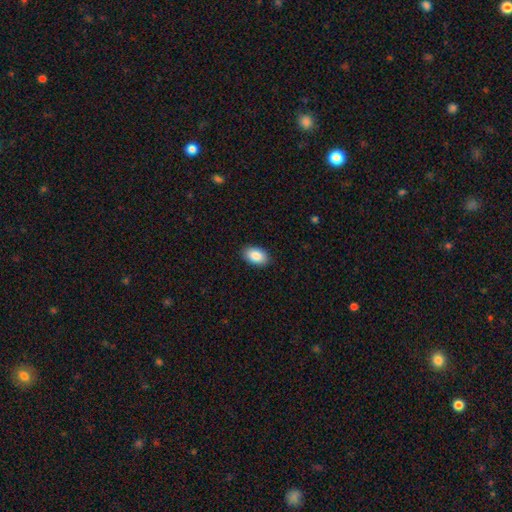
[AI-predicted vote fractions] This appears to be a smooth galaxy with no disk features (88%) that is in between round and cigar-shaped (92%). Merging: none (89%).